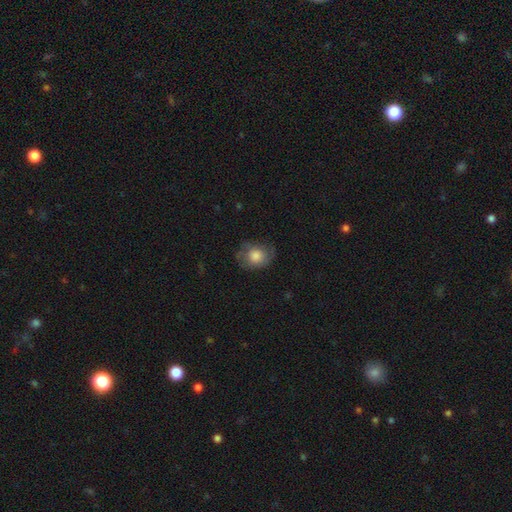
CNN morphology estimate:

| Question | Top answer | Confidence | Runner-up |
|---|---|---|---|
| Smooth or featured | smooth | 71% | featured or disk (21%) |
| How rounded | round | 59% | in between (40%) |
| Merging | none | 63% | minor disturbance (25%) |